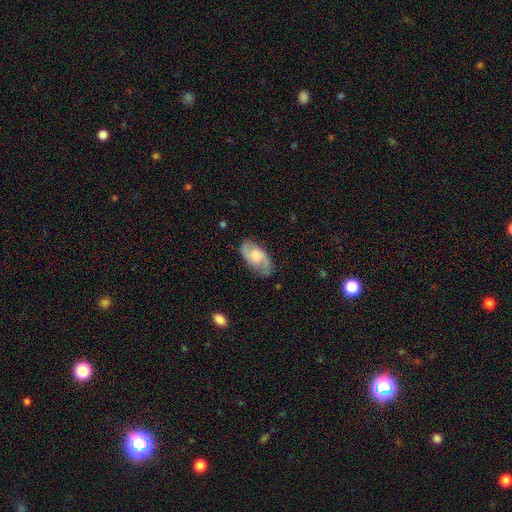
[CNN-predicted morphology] smooth-or-featured: featured or disk: 62% | smooth: 32% | star or artifact: 6%
  disk-edge-on: no: 94% | yes: 6%
    bar: no: 60% | weak: 35% | strong: 6%
    has-spiral-arms: yes: 86% | no: 14%
      spiral-winding: medium: 48% | loose: 28% | tight: 24%
      spiral-arm-count: 2: 81% | can't tell: 11% | 1: 3% | 3: 2% | 4: 1% | more than 4: 1%
    bulge-size: moderate: 42% | small: 22% | large: 21% | none: 13% | dominant: 2%
  merging: none: 74% | minor disturbance: 19% | major disturbance: 6% | merger: 1%